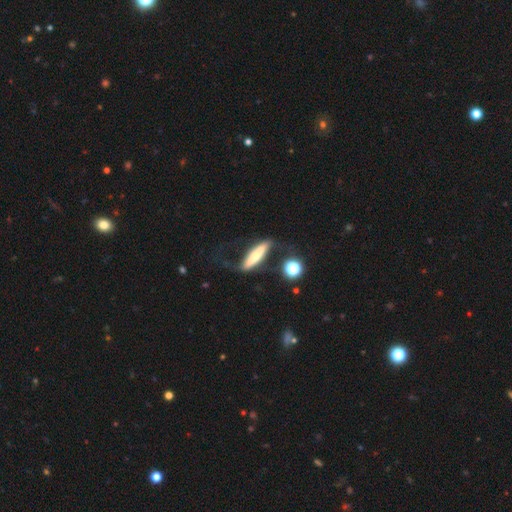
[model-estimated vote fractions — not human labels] Overall: smooth (54%; featured or disk 38%). How rounded: cigar-shaped (79%). Merging: none (47%; major disturbance 24%).